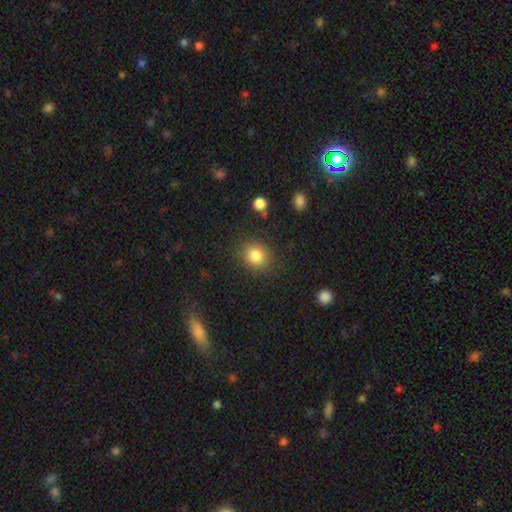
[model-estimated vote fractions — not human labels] Smooth or featured? smooth (83%)
How rounded? round (78%)
Merging? none (85%)